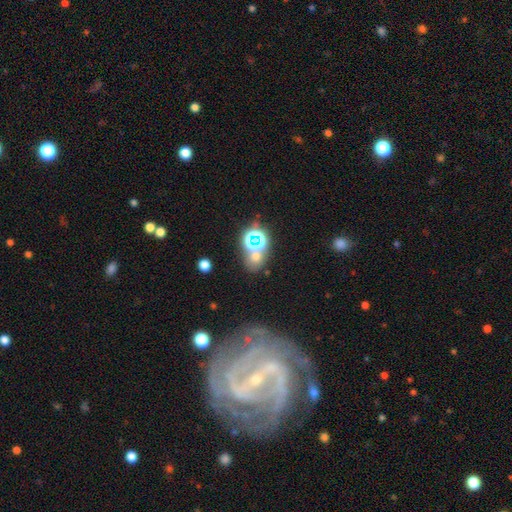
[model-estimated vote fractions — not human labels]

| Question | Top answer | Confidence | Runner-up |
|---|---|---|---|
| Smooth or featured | smooth | 46% | star or artifact (43%) |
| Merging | none | 59% | merger (25%) |